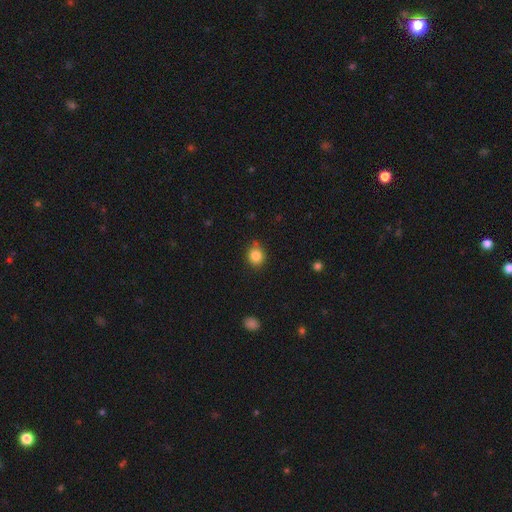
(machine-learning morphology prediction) type=smooth (84%); roundness=round (79%); merging=none (75%).